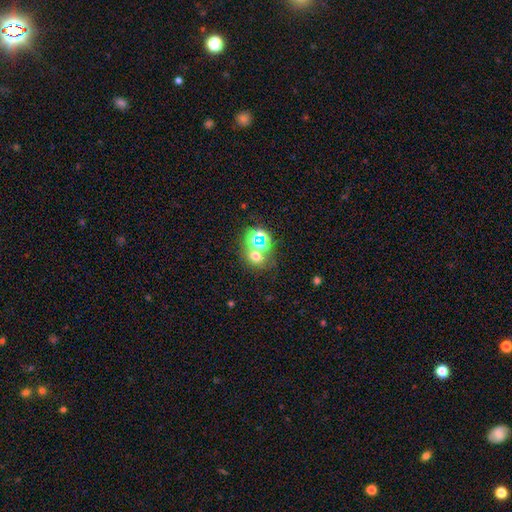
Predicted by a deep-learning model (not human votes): Smooth or featured: smooth — 54% (star or artifact — 35%)
How rounded: round — 67% (in between — 32%)
Merging: none — 56% (merger — 30%)